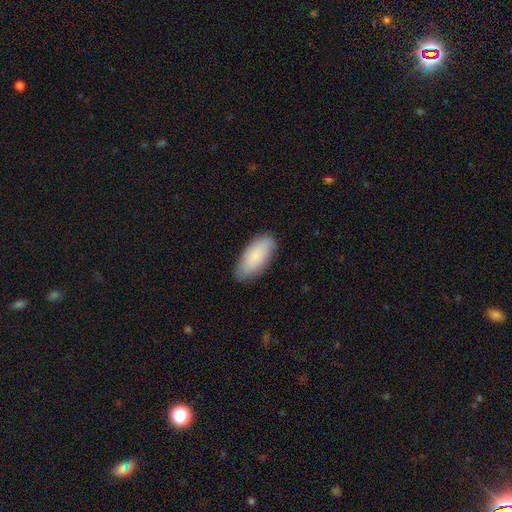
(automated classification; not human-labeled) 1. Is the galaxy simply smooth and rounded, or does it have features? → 84% smooth, 10% featured or disk, 6% star or artifact.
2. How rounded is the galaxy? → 89% in between, 9% cigar-shaped, 2% round.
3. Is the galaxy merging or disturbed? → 83% none, 14% minor disturbance, 2% major disturbance, 1% merger.